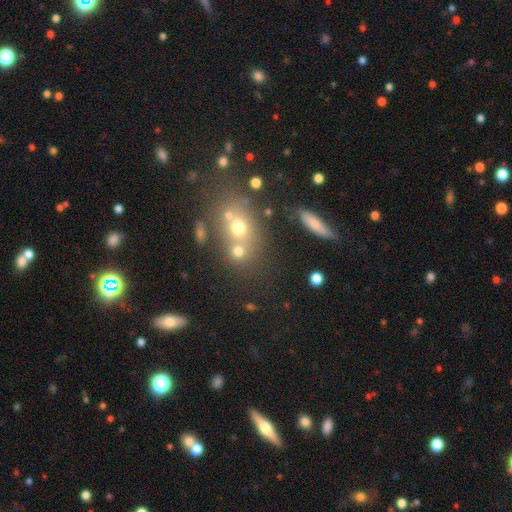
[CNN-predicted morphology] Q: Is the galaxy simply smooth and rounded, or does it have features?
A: smooth — 50%.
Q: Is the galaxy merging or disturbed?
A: none — 52%.